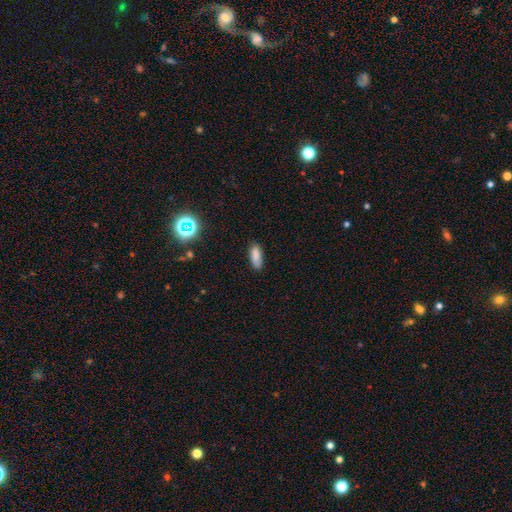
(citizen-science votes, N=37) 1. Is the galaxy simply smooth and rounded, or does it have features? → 81% smooth, 11% featured or disk, 8% star or artifact.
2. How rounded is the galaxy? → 67% in between, 23% cigar-shaped, 10% round.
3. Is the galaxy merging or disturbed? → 79% none, 18% minor disturbance, 3% merger, 0% major disturbance.